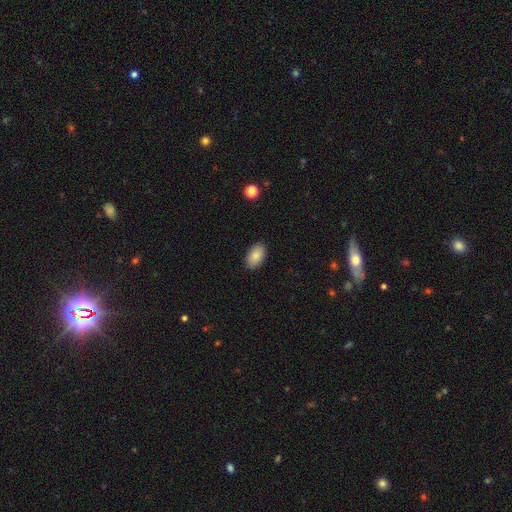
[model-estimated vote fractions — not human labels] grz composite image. It shows a smooth galaxy with no disk features (85%) that is in between round and cigar-shaped (93%). Merging: none (89%).